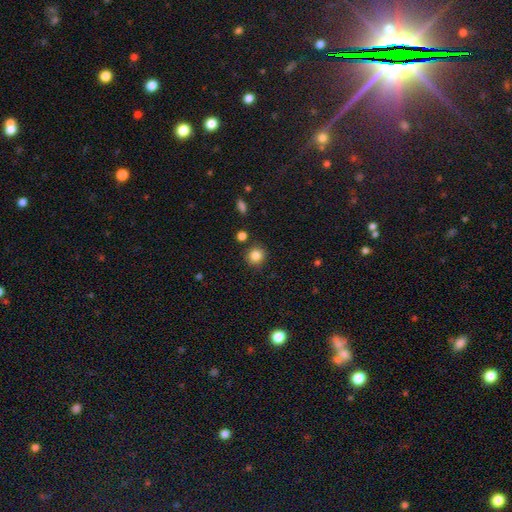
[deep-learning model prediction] Smooth or featured: smooth — 84% (star or artifact — 11%)
How rounded: round — 90% (in between — 9%)
Merging: none — 87% (minor disturbance — 7%)